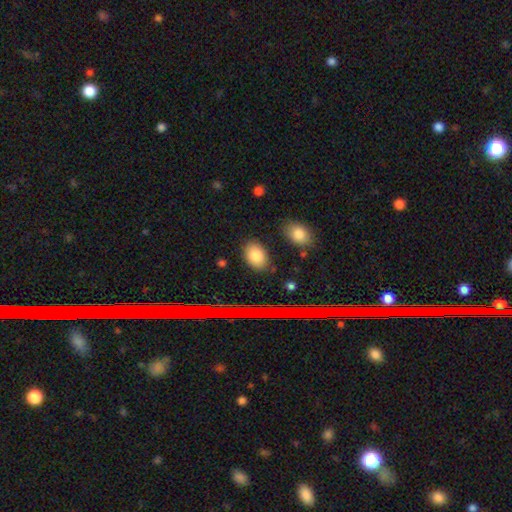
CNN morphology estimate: Smooth or featured? smooth (82%)
How rounded? in between (80%)
Merging? none (83%)